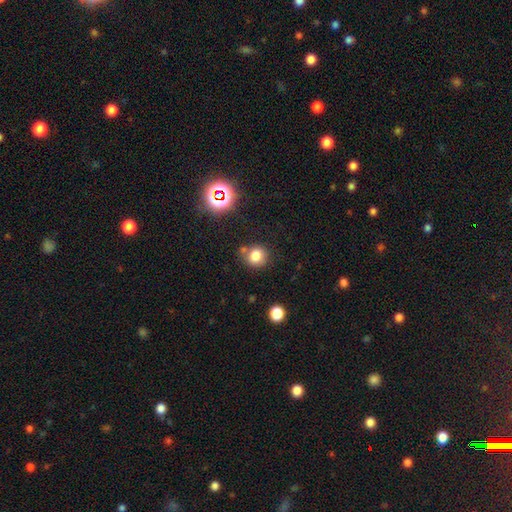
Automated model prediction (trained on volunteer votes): Smooth or featured?
  - smooth: 78% *
  - star or artifact: 15%
  - featured or disk: 8%
How rounded?
  - round: 84% *
  - in between: 15%
  - cigar-shaped: 1%
Merging?
  - none: 73% *
  - minor disturbance: 12%
  - merger: 12%
  - major disturbance: 4%